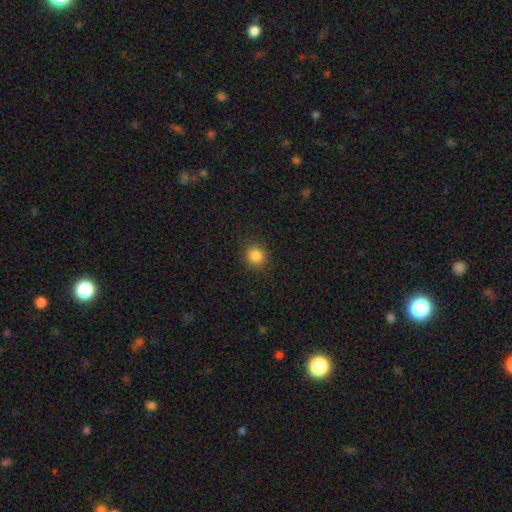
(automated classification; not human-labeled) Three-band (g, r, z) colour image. It shows a smooth galaxy with no disk features (85%) that is round (87%). Merging: none (89%).